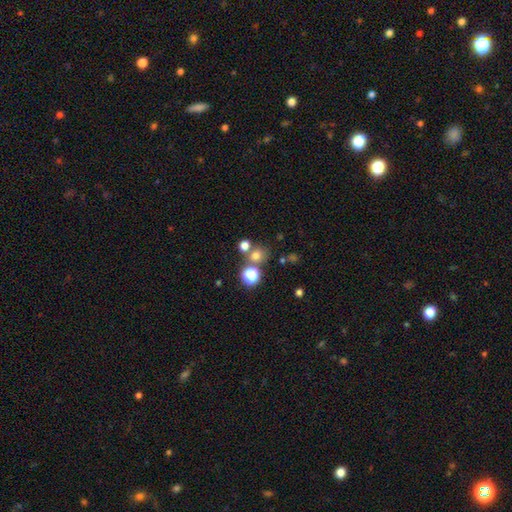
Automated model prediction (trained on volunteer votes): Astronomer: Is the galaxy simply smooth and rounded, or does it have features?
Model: smooth — 69%.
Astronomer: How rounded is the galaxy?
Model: round — 82%.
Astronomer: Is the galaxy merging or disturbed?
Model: none — 66%.